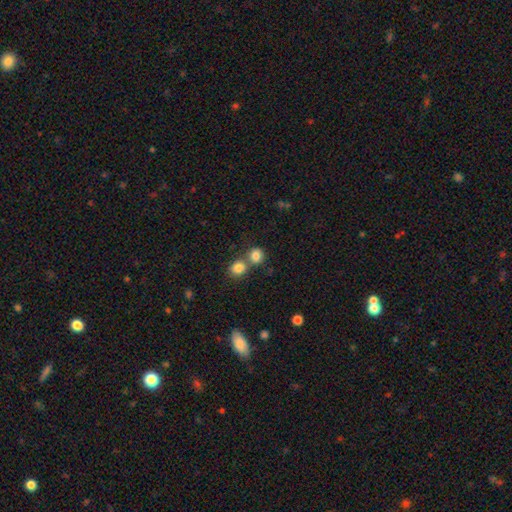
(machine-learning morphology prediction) This appears to be a smooth galaxy with no disk features (82%) that is round (83%). Merging: none (52%).